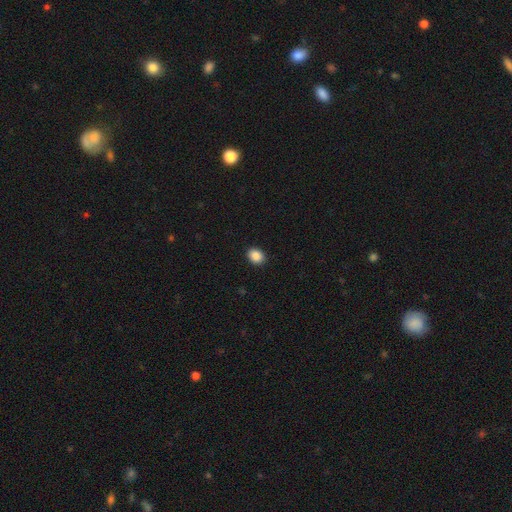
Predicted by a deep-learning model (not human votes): Smooth or featured: smooth — 89% (star or artifact — 8%)
How rounded: in between — 60% (round — 39%)
Merging: none — 91% (minor disturbance — 6%)